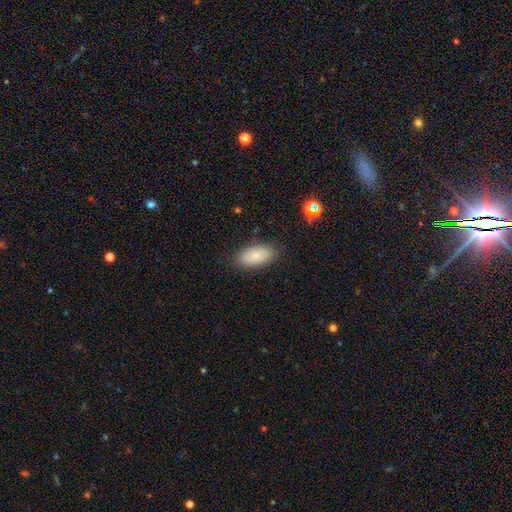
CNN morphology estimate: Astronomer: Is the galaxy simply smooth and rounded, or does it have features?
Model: smooth — 81%.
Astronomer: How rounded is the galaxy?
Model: in between — 92%.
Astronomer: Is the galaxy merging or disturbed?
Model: none — 85%.